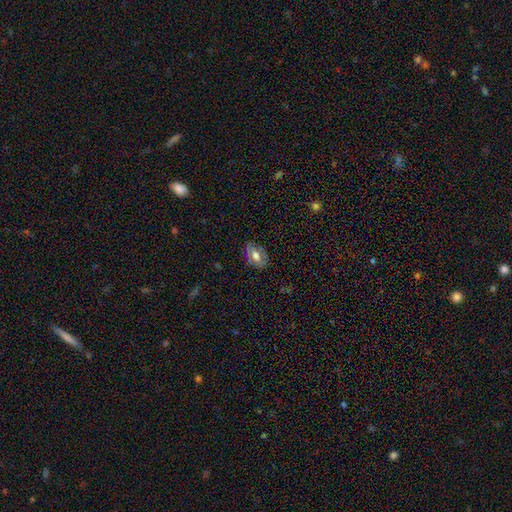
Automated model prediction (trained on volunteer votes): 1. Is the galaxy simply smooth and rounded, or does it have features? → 59% smooth, 31% featured or disk, 10% star or artifact.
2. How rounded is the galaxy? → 85% in between, 14% round, 2% cigar-shaped.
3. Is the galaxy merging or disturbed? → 79% none, 16% minor disturbance, 4% major disturbance, 1% merger.